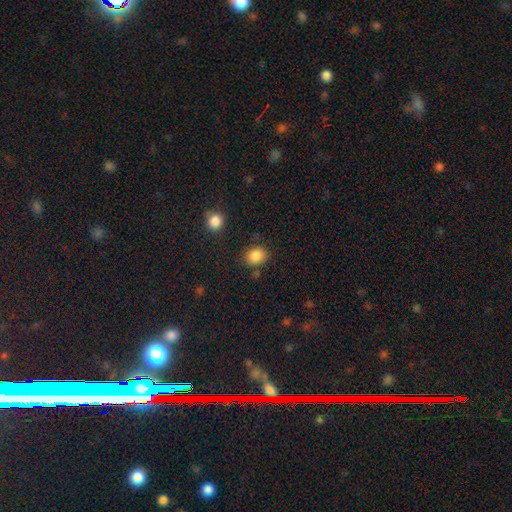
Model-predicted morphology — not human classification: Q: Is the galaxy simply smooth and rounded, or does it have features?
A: smooth — 87%.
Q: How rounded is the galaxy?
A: round — 53%.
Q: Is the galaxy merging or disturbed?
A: none — 81%.